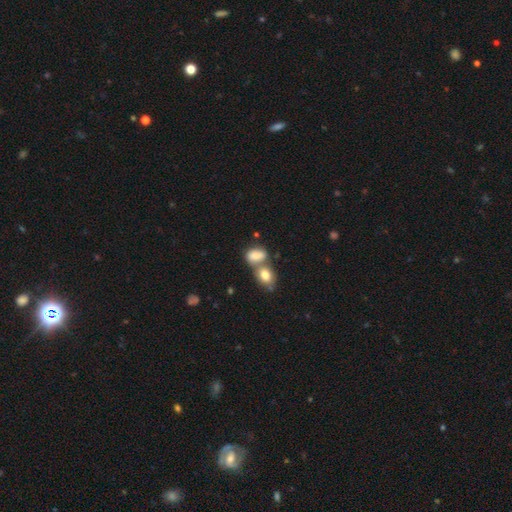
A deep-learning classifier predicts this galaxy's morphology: Smooth or featured: smooth — 82% (featured or disk — 10%)
How rounded: in between — 82% (round — 16%)
Merging: merger — 54% (none — 30%)